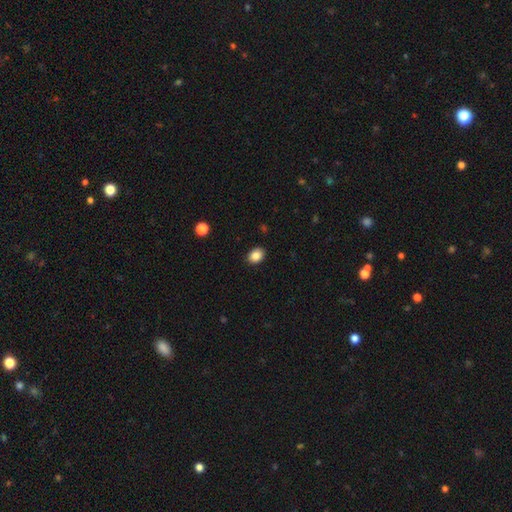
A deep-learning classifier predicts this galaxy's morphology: Overall: smooth (86%). How rounded: in between (64%; round 35%). Merging: none (89%).